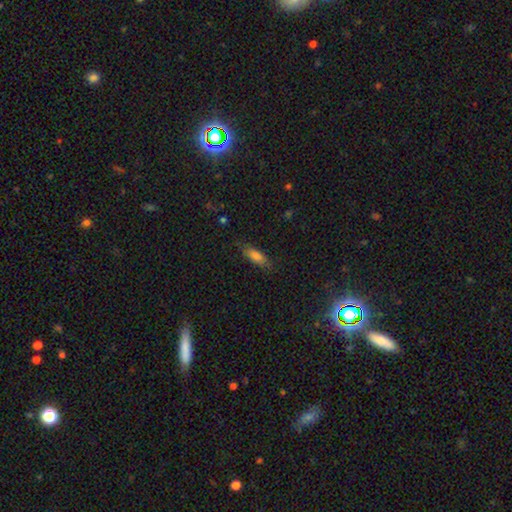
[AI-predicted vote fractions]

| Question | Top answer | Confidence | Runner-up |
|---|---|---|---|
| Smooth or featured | smooth | 77% | featured or disk (15%) |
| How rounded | in between | 61% | cigar-shaped (37%) |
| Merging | none | 77% | minor disturbance (17%) |